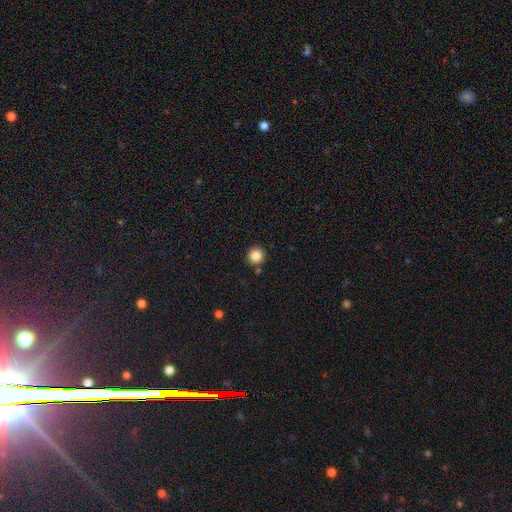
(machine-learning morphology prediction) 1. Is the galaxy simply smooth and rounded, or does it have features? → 85% smooth, 10% star or artifact, 5% featured or disk.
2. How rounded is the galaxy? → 95% round, 4% in between, 1% cigar-shaped.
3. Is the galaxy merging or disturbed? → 88% none, 7% minor disturbance, 4% merger, 2% major disturbance.